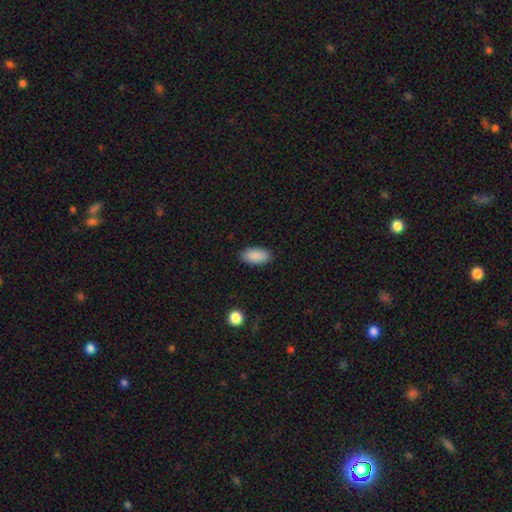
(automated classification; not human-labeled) The model was most divided on "merging": none: 88%, minor disturbance: 9%, major disturbance: 2%, merger: 1%. More confident: how rounded — in between (94%); smooth or featured — smooth (90%).